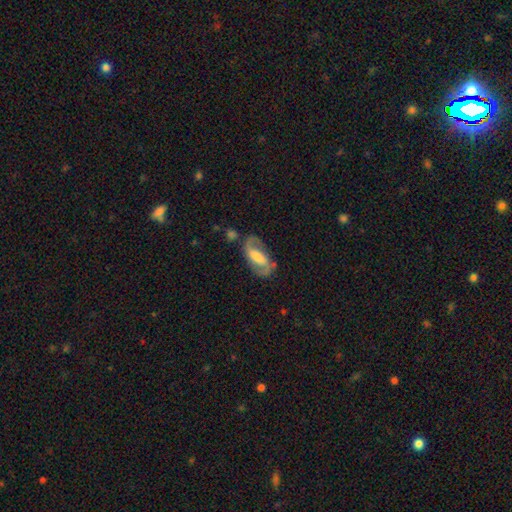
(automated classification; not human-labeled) Smooth or featured? featured or disk (78%)
Edge-on disk? no (94%)
Bar? weak (41%)
Spiral arms? yes (90%)
Spiral winding? medium (50%)
Spiral arm count? 2 (89%)
Bulge size? moderate (42%)
Merging? none (74%)